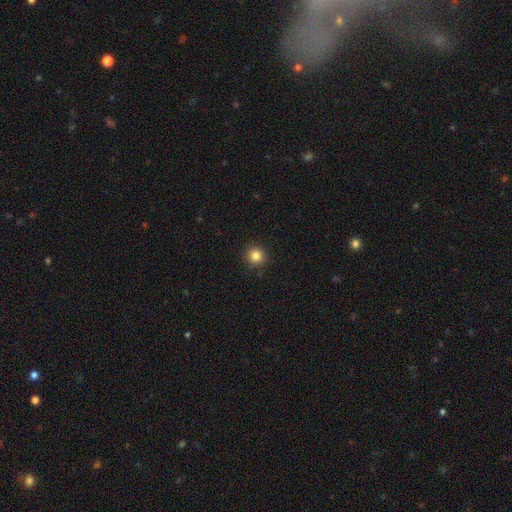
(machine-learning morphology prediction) A smooth galaxy with no disk features (83%) that is round (94%).

Vote fractions:
- Smooth or featured? smooth: 83% / star or artifact: 12% / featured or disk: 5%
- How rounded? round: 94% / in between: 5% / cigar-shaped: 1%
- Merging? none: 92% / minor disturbance: 5% / major disturbance: 2% / merger: 1%